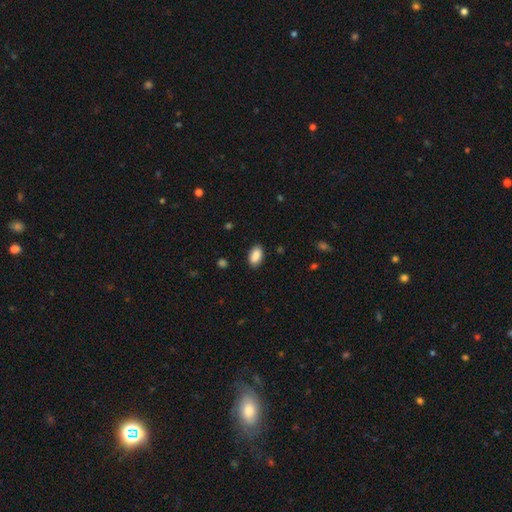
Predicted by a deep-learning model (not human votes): This is clearly a smooth galaxy (89%). How rounded: clearly in between (94%). Merging: clearly none (87%).